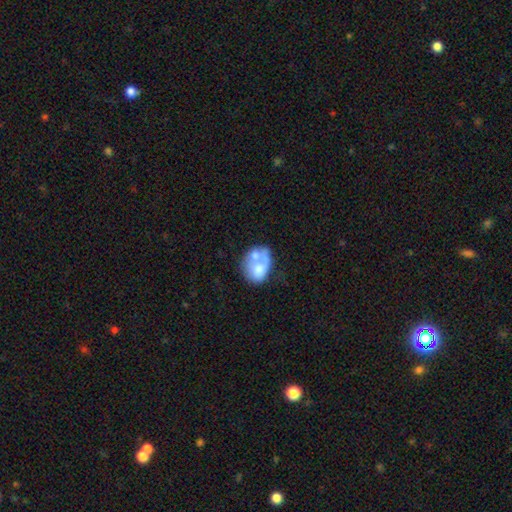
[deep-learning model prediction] Smooth or featured? Predicted: smooth (p=0.53). How rounded? Predicted: in between (p=0.68). Merging? Predicted: merger (p=0.39).